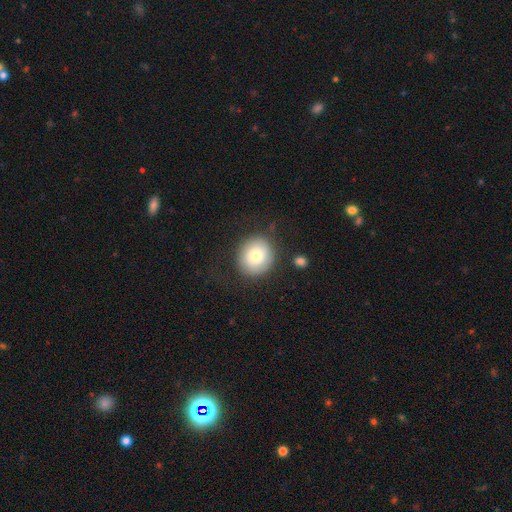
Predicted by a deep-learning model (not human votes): Q: Smooth or featured?
A: smooth (73%); runner-up: featured or disk (18%)
Q: How rounded?
A: round (85%); runner-up: in between (14%)
Q: Merging?
A: none (78%); runner-up: minor disturbance (13%)